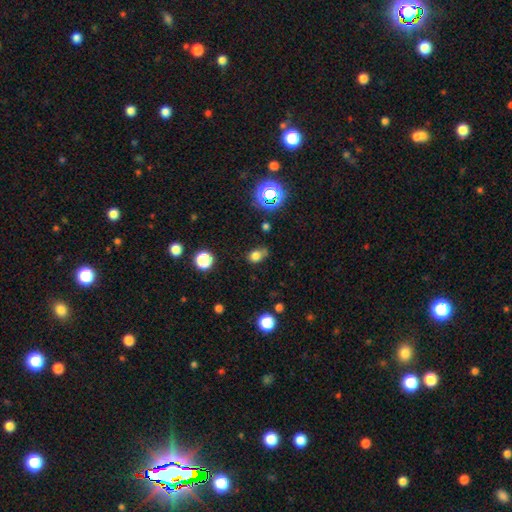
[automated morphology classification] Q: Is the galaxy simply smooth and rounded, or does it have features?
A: smooth — 74%.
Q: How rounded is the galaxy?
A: in between — 55%.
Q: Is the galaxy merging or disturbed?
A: none — 55%.